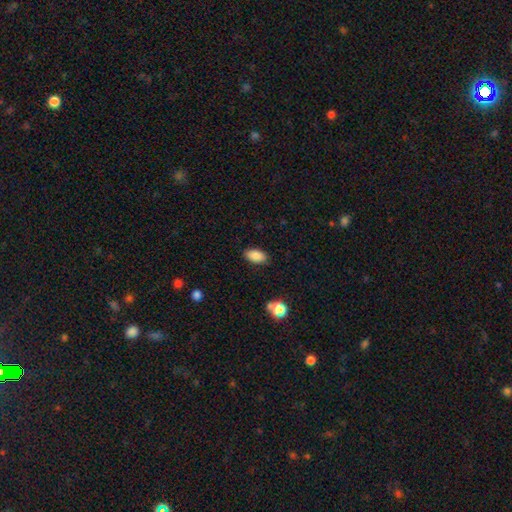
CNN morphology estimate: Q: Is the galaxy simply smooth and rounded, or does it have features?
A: smooth — 87%.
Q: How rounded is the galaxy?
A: in between — 92%.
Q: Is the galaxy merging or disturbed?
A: none — 86%.